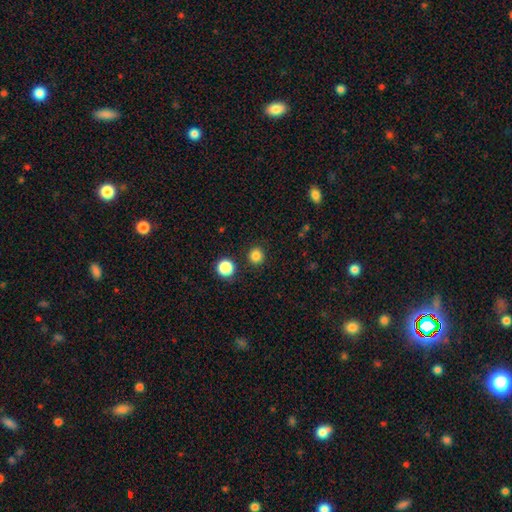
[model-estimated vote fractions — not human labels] Smooth or featured? Predicted: smooth (p=0.84). How rounded? Predicted: round (p=0.92). Merging? Predicted: none (p=0.89).